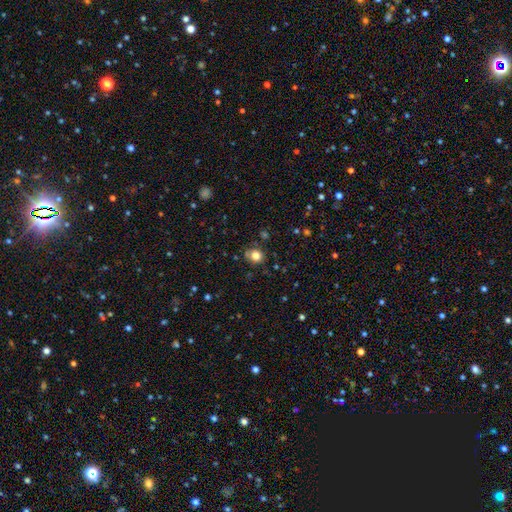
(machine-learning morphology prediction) smooth 81%, star or artifact 13%, featured or disk 6%. Down the decision tree: how rounded — round (81%); merging — none (78%).